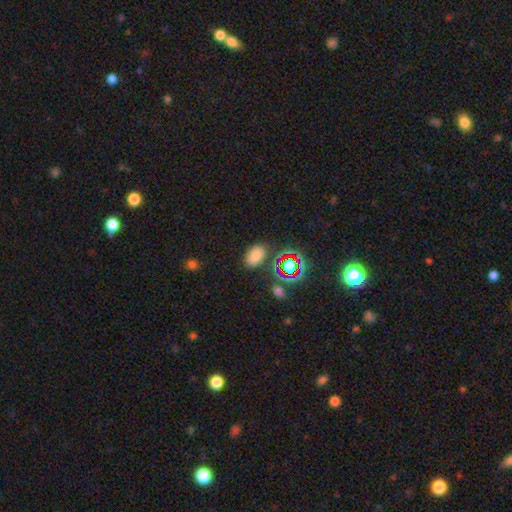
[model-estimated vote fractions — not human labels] A smooth galaxy with no disk features (72%) that is in between round and cigar-shaped (89%).

Vote fractions:
- Smooth or featured? smooth: 72% / star or artifact: 21% / featured or disk: 7%
- How rounded? in between: 89% / round: 10% / cigar-shaped: 1%
- Merging? none: 79% / minor disturbance: 13% / major disturbance: 4% / merger: 4%